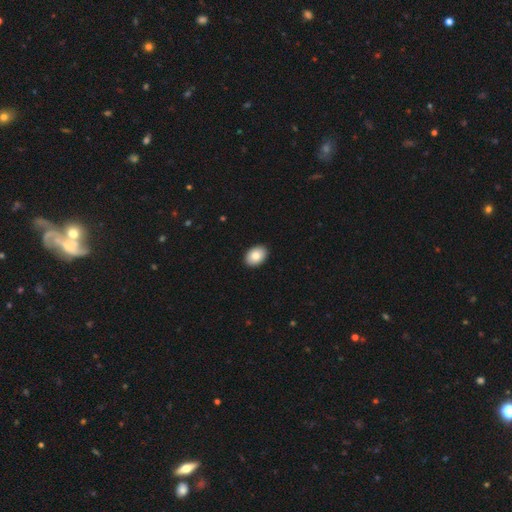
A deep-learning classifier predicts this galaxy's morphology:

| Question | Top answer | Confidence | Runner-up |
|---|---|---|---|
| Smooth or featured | smooth | 84% | featured or disk (9%) |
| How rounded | in between | 81% | round (18%) |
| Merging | none | 92% | minor disturbance (6%) |